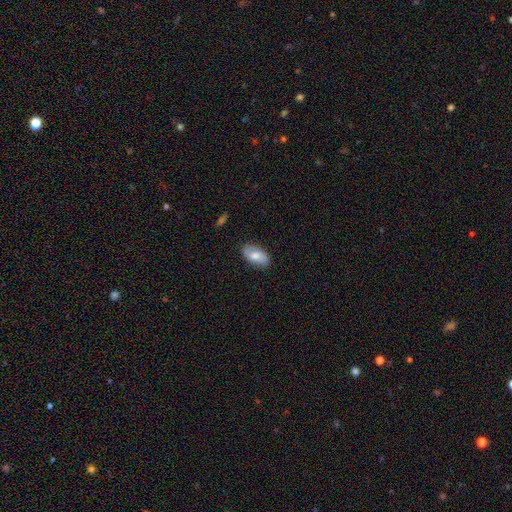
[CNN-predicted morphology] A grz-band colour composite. It shows a smooth galaxy with no disk features (61%) that is in between round and cigar-shaped (92%). Merging: none (82%).